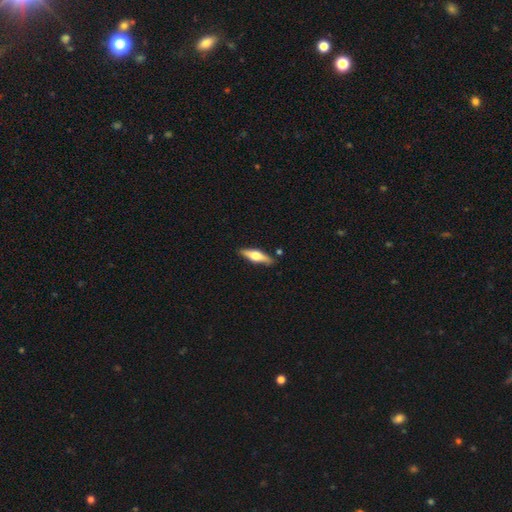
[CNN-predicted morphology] A featured or disk galaxy (54%) viewed edge-on (93%) with a rounded central bulge (94%). Merging: none (85%).